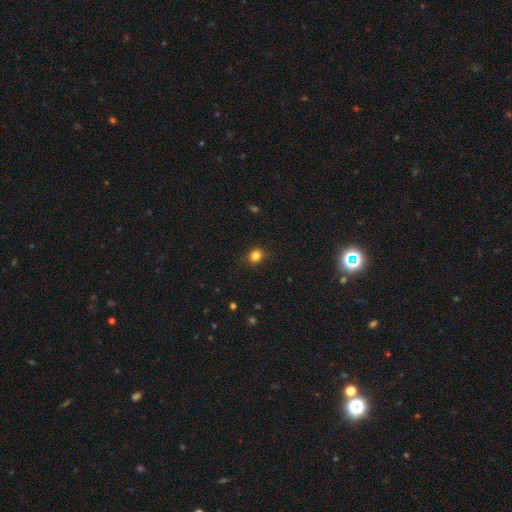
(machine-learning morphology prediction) smooth 83%, star or artifact 13%, featured or disk 5%. Down the decision tree: how rounded — round (83%); merging — none (88%).